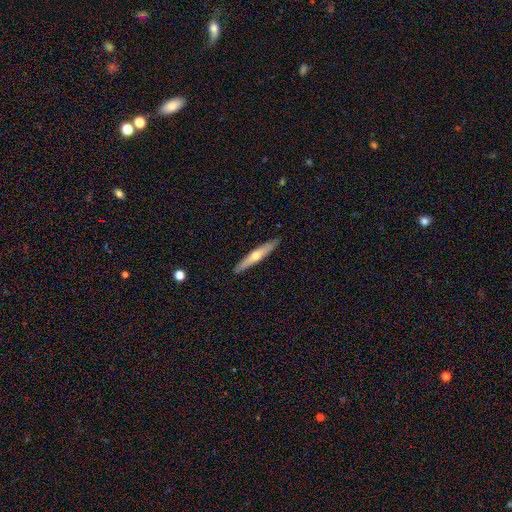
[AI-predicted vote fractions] Smooth or featured? featured or disk (53%)
Edge-on disk? yes (91%)
Merging? none (89%)